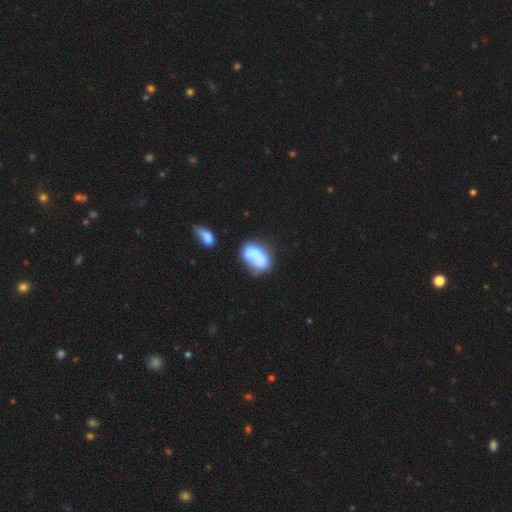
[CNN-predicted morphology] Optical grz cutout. It shows a smooth galaxy with no disk features (66%) that is in between round and cigar-shaped (86%). Merging: none (32%, tied with merger).